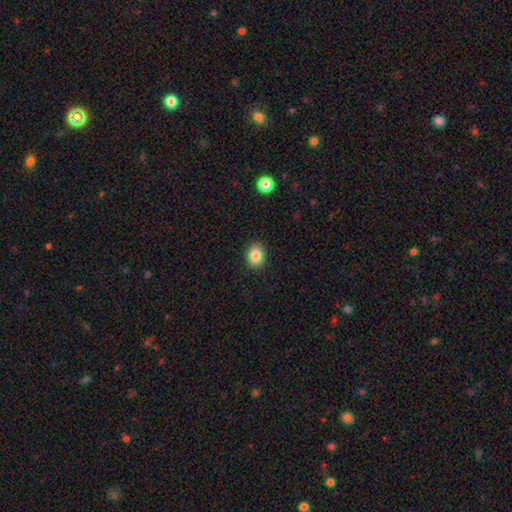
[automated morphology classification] Overall: smooth (85%). How rounded: in between (54%; round 46%). Merging: none (89%).